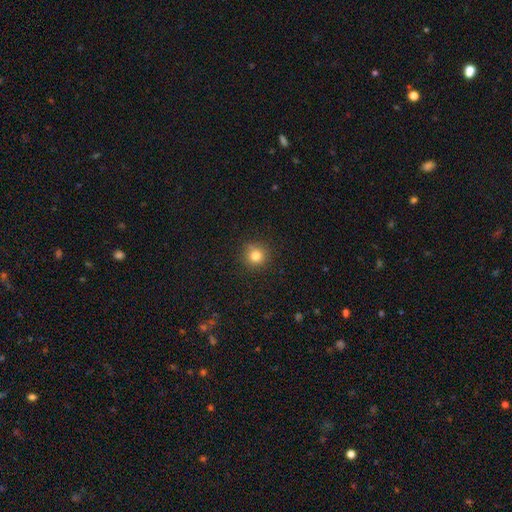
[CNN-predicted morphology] Smooth or featured? Predicted: smooth (p=0.81). How rounded? Predicted: round (p=0.94). Merging? Predicted: none (p=0.88).